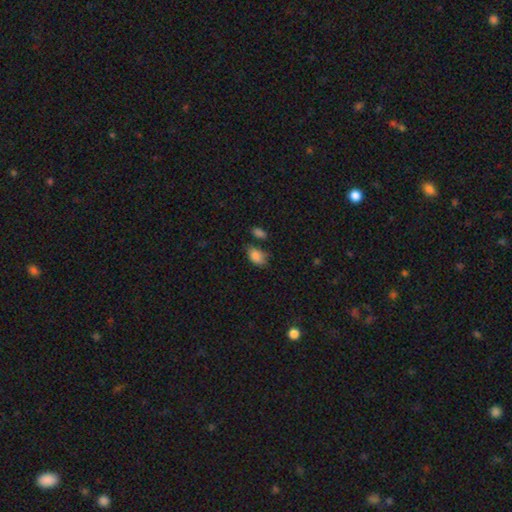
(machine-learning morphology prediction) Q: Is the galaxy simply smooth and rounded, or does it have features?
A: smooth — 85%.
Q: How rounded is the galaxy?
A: in between — 89%.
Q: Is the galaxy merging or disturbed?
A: none — 55%.